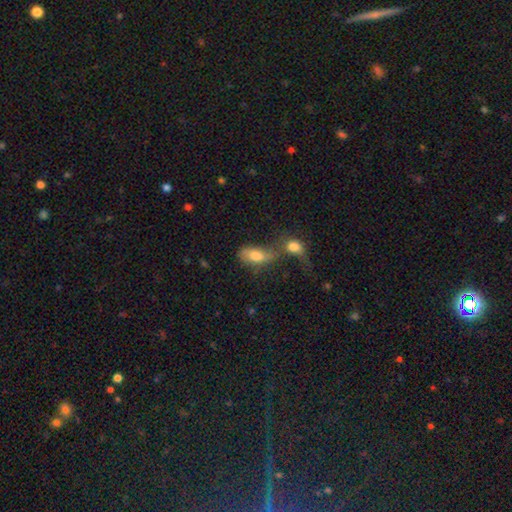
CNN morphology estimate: Q: Smooth or featured?
A: smooth (71%); runner-up: featured or disk (19%)
Q: How rounded?
A: in between (86%); runner-up: round (7%)
Q: Merging?
A: merger (63%); runner-up: none (16%)